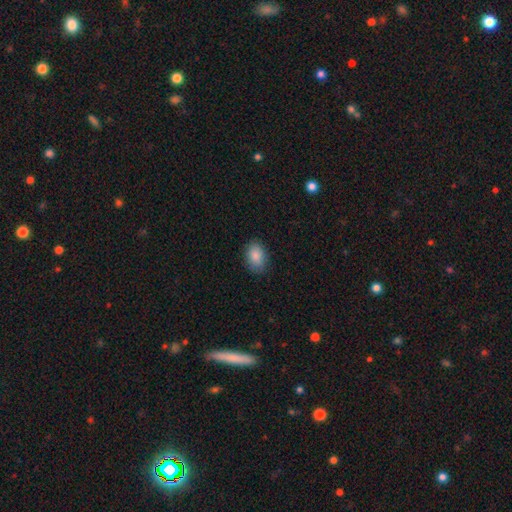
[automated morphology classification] This is clearly a smooth galaxy (88%). How rounded: clearly in between (81%). Merging: clearly none (86%).